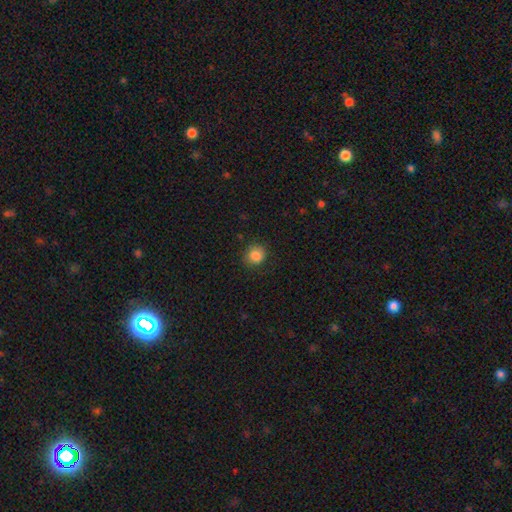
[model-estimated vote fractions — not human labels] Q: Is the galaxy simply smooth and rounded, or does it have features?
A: smooth — 85%.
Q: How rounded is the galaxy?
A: round — 83%.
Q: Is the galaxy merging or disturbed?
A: none — 83%.